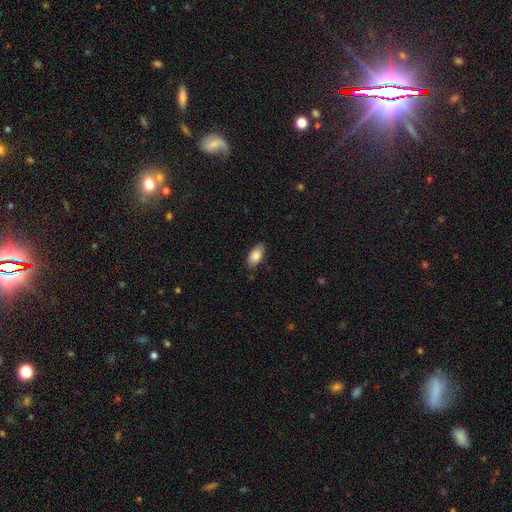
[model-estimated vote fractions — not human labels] smooth 86%, featured or disk 7%, star or artifact 6%. Down the decision tree: how rounded — in between (93%); merging — none (82%).